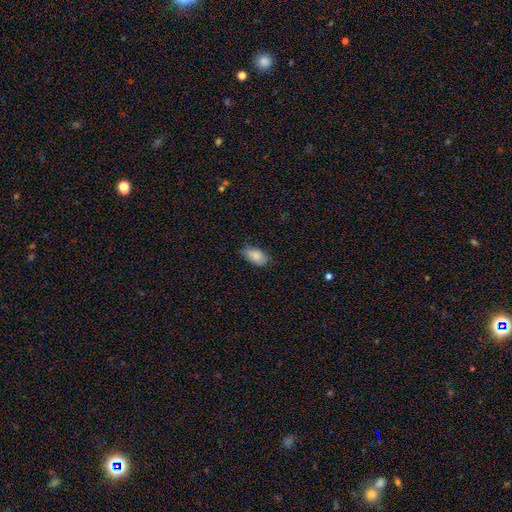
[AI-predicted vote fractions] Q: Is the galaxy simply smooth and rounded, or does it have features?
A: smooth — 84%.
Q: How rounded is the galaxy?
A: in between — 92%.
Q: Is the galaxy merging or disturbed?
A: none — 65%.